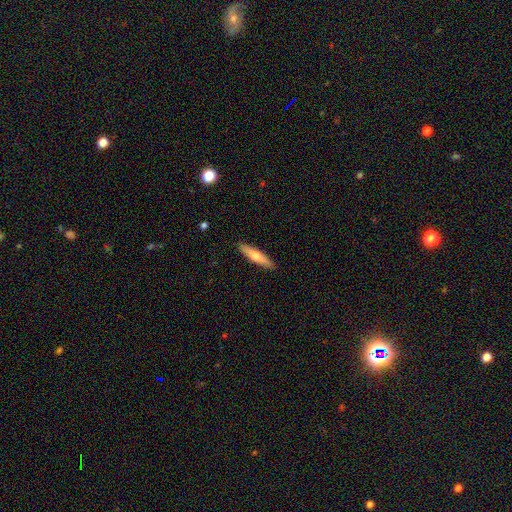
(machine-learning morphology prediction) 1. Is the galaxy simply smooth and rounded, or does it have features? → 57% smooth, 37% featured or disk, 5% star or artifact.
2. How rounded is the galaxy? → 84% cigar-shaped, 14% in between, 2% round.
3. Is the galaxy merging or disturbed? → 90% none, 7% minor disturbance, 1% major disturbance, 1% merger.